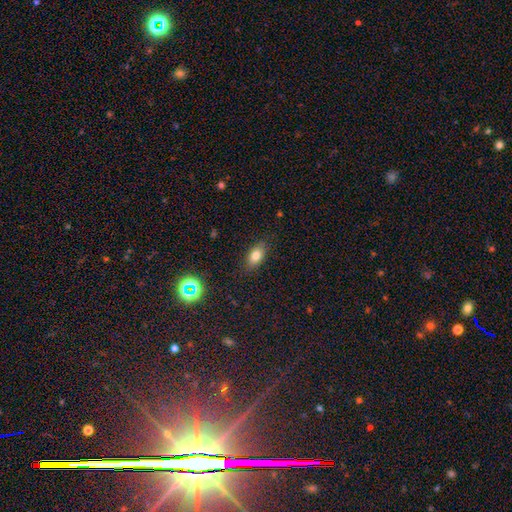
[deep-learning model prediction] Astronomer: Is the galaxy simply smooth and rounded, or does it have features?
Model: smooth — 78%.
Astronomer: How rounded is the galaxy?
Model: in between — 86%.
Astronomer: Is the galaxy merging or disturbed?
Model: none — 84%.